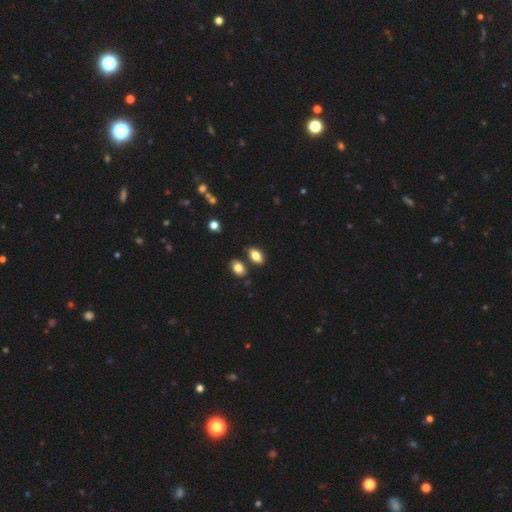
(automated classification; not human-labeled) Overall: smooth (83%). How rounded: in between (89%). Merging: none (76%).